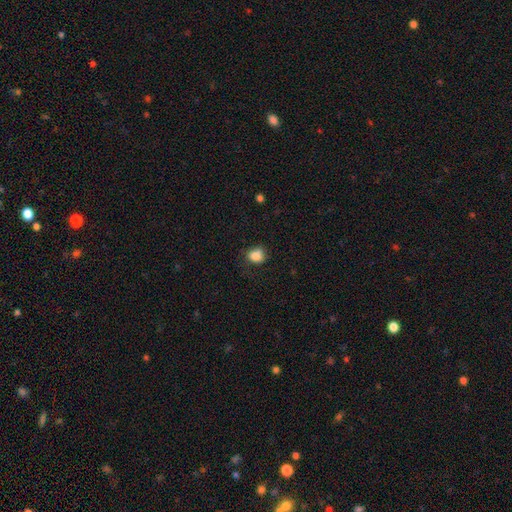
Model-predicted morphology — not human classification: A smooth galaxy with no disk features (84%) that is round (69%).

Vote fractions:
- Smooth or featured? smooth: 84% / star or artifact: 10% / featured or disk: 6%
- How rounded? round: 69% / in between: 30% / cigar-shaped: 1%
- Merging? none: 66% / minor disturbance: 24% / major disturbance: 7% / merger: 3%